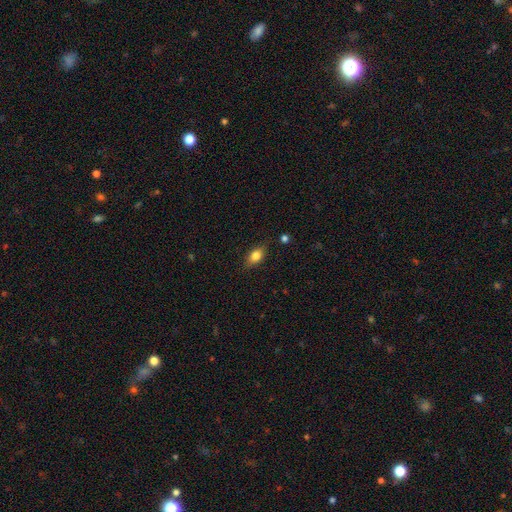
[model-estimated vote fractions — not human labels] The model was most divided on "how rounded": in between: 80%, round: 15%, cigar-shaped: 5%. More confident: merging — none (81%); smooth or featured — smooth (79%).